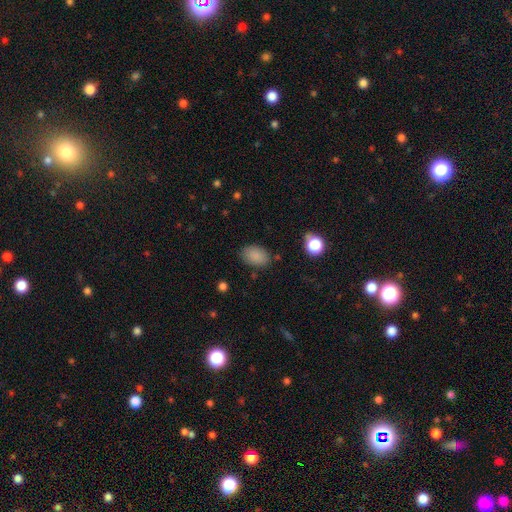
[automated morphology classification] smooth-or-featured: smooth: 86% | star or artifact: 9% | featured or disk: 4%
  how-rounded: in between: 85% | round: 14% | cigar-shaped: 1%
  merging: none: 82% | minor disturbance: 13% | major disturbance: 4% | merger: 2%